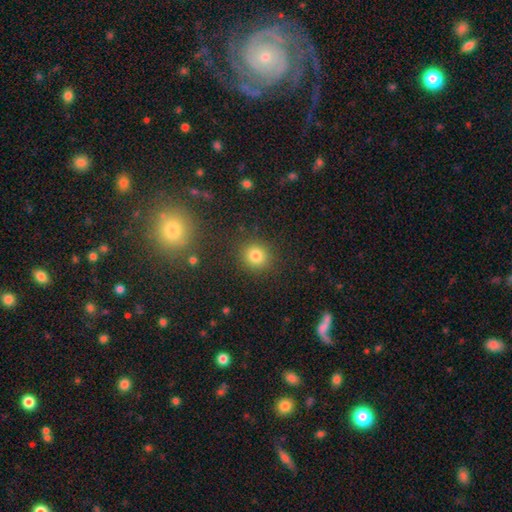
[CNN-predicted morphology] Smooth or featured?
  - smooth: 80% *
  - star or artifact: 14%
  - featured or disk: 6%
How rounded?
  - round: 88% *
  - in between: 11%
  - cigar-shaped: 1%
Merging?
  - none: 87% *
  - minor disturbance: 7%
  - major disturbance: 3%
  - merger: 2%